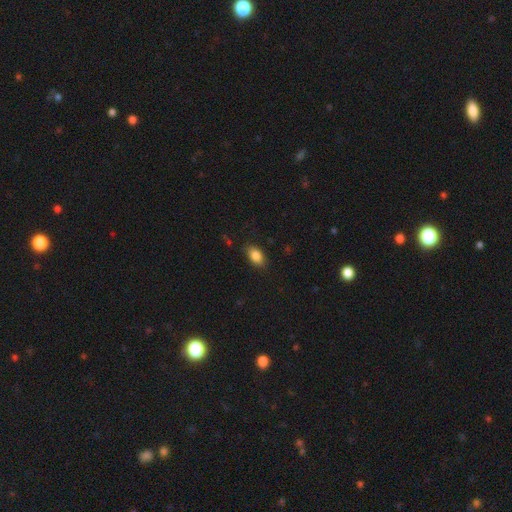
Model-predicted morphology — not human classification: A smooth galaxy with no disk features (85%) that is in between round and cigar-shaped (88%). Merging: none (84%).